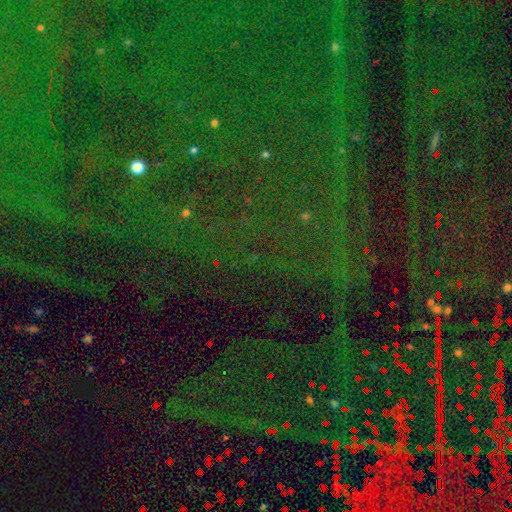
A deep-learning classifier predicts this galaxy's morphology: Smooth or featured?
  - star or artifact: 87% *
  - smooth: 6%
  - featured or disk: 6%